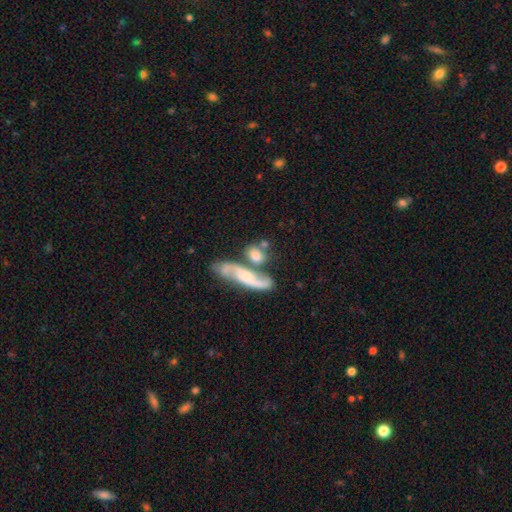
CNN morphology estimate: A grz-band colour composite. It shows a smooth galaxy with no disk features (55%) that is in between round and cigar-shaped (45%). Merging: none (42%).